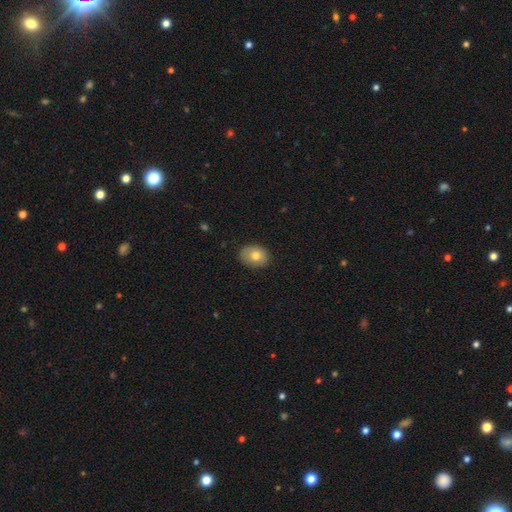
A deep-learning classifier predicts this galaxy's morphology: A smooth galaxy with no disk features (75%) that is in between round and cigar-shaped (59%).

Vote fractions:
- Smooth or featured? smooth: 75% / featured or disk: 16% / star or artifact: 8%
- How rounded? in between: 59% / round: 40% / cigar-shaped: 1%
- Merging? none: 84% / minor disturbance: 13% / major disturbance: 3% / merger: 1%